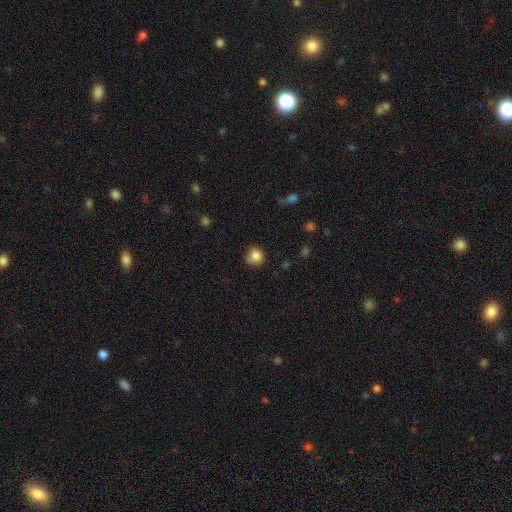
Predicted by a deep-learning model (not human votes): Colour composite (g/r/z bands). It shows a smooth galaxy with no disk features (84%) that is round (86%). Merging: none (69%).